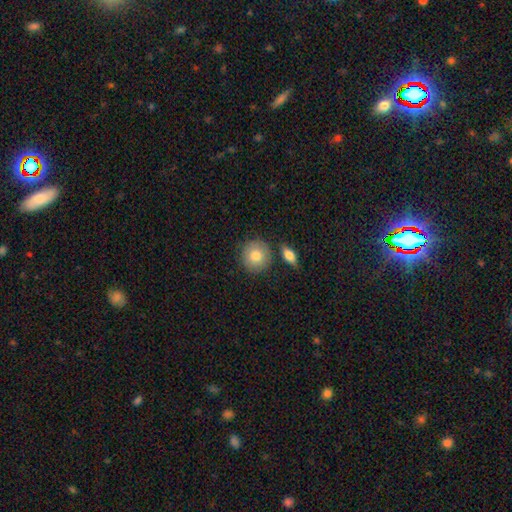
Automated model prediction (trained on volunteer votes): The model was most divided on "smooth or featured": smooth: 80%, featured or disk: 12%, star or artifact: 7%. More confident: how rounded — round (89%); merging — none (79%).